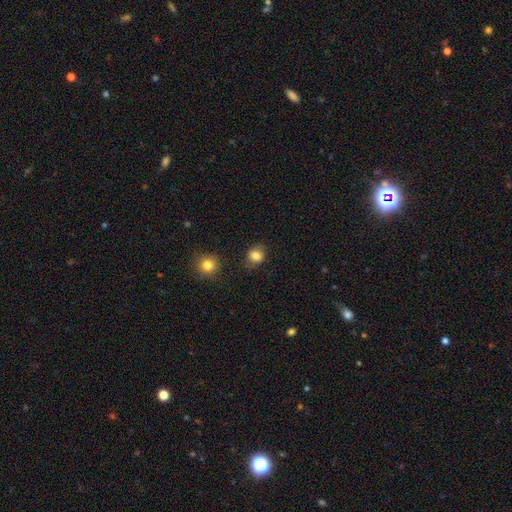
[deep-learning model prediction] A smooth galaxy with no disk features (82%) that is round (67%).

Vote fractions:
- Smooth or featured? smooth: 82% / star or artifact: 11% / featured or disk: 7%
- How rounded? round: 67% / in between: 33% / cigar-shaped: 1%
- Merging? none: 79% / minor disturbance: 14% / major disturbance: 4% / merger: 3%